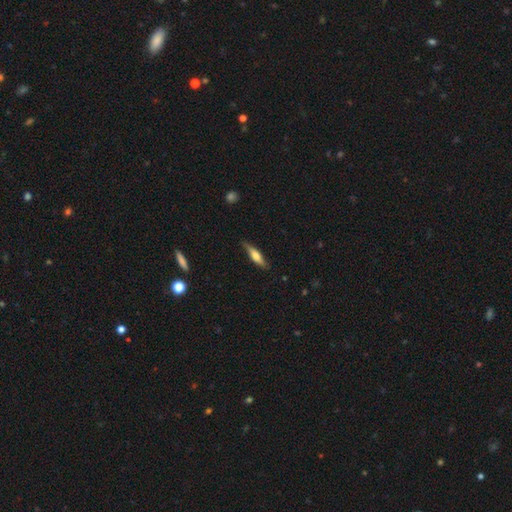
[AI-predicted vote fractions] Overall: smooth (51%; featured or disk 43%). How rounded: cigar-shaped (73%). Merging: none (78%).